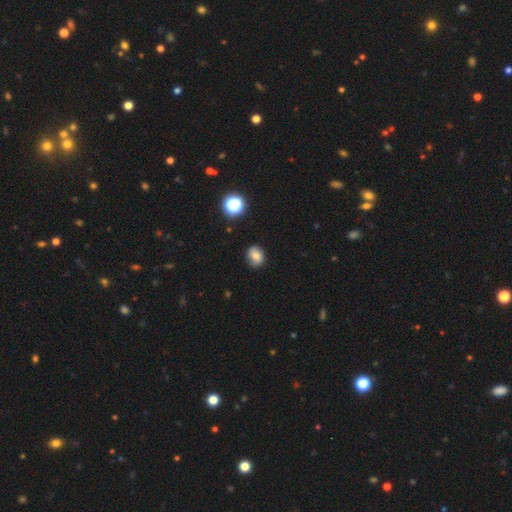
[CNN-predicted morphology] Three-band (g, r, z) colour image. It shows a smooth galaxy with no disk features (74%) that is round (57%). Merging: none (81%).